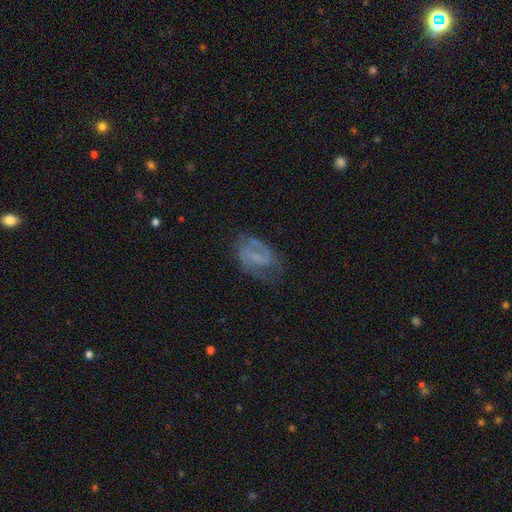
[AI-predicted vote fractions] Smooth or featured? Predicted: featured or disk (p=0.70). Edge-on disk? Predicted: no (p=0.97). Bar? Predicted: weak (p=0.48). Spiral arms? Predicted: yes (p=0.84). Spiral winding? Predicted: medium (p=0.48). Spiral arm count? Predicted: 2 (p=0.77). Bulge size? Predicted: none (p=0.46). Merging? Predicted: none (p=0.61).